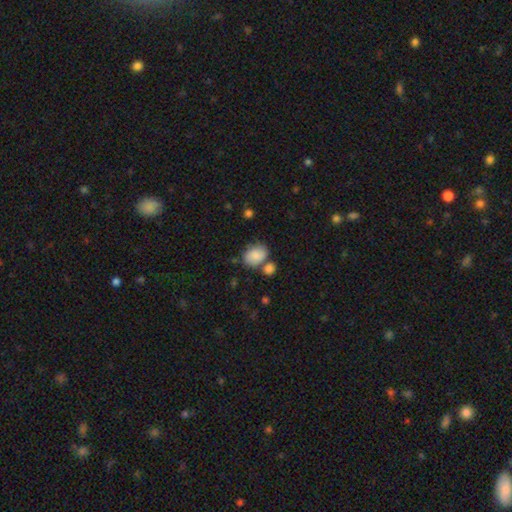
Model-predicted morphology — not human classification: This is clearly a smooth galaxy (84%). How rounded: likely in between (66%). Merging: possibly none (53%).